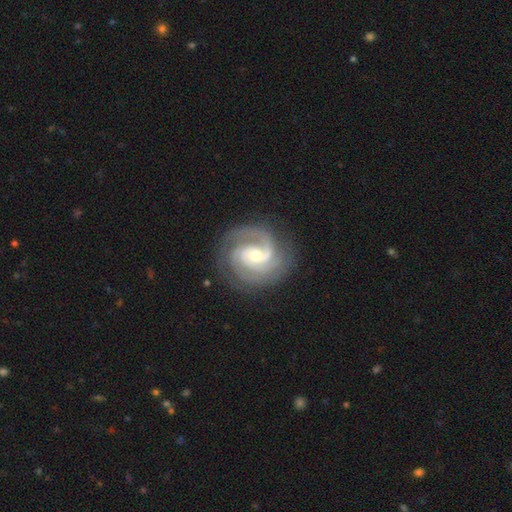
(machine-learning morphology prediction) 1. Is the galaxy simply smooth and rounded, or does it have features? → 90% featured or disk, 5% star or artifact, 5% smooth.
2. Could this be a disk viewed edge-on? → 98% no, 2% yes.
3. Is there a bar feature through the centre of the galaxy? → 47% weak, 30% no, 23% strong.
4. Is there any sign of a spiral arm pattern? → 98% yes, 2% no.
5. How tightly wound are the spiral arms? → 58% tight, 36% medium, 6% loose.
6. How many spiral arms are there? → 55% 2, 24% 3, 10% can't tell, 4% 4, 4% 1, 3% more than 4.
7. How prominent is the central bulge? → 53% moderate, 41% small, 4% large, 1% none, 1% dominant.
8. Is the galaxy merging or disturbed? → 80% none, 13% minor disturbance, 5% major disturbance, 1% merger.